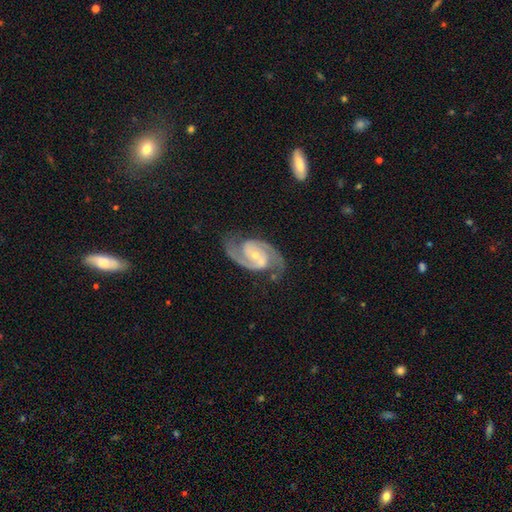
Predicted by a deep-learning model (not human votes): Smooth or featured: featured or disk — 93% (star or artifact — 4%)
Edge-on disk: no — 98% (yes — 2%)
Bar: no — 46% (weak — 38%)
Spiral arms: yes — 98% (no — 2%)
Spiral winding: medium — 61% (tight — 29%)
Spiral arm count: 2 — 94% (3 — 2%)
Bulge size: small — 59% (moderate — 37%)
Merging: none — 78% (minor disturbance — 14%)